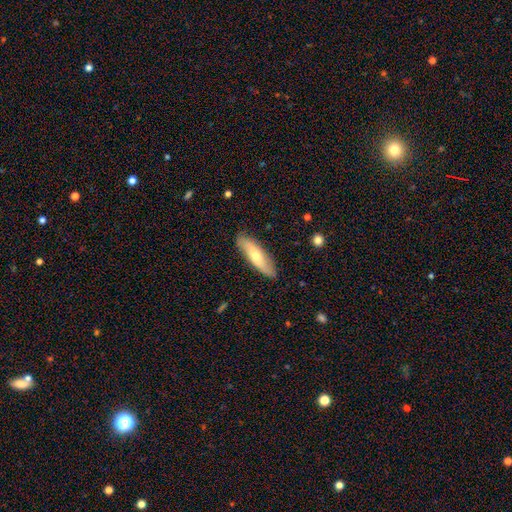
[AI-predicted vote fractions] smooth-or-featured: smooth: 56% | featured or disk: 39% | star or artifact: 6%
  how-rounded: cigar-shaped: 58% | in between: 40% | round: 2%
  merging: none: 86% | minor disturbance: 11% | major disturbance: 2% | merger: 1%